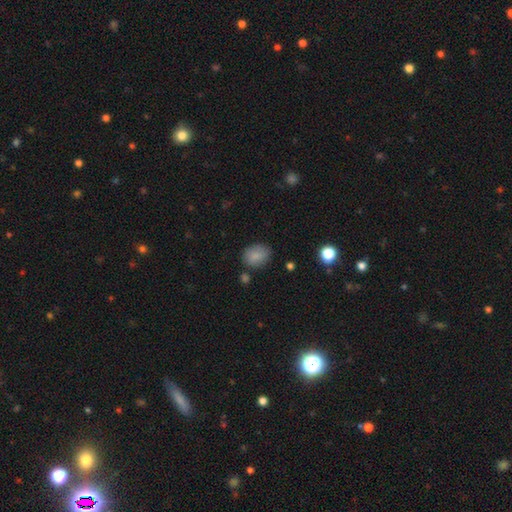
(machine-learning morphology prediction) smooth-or-featured: smooth: 85% | star or artifact: 8% | featured or disk: 6%
  how-rounded: in between: 58% | round: 41% | cigar-shaped: 1%
  merging: none: 76% | minor disturbance: 16% | major disturbance: 4% | merger: 4%